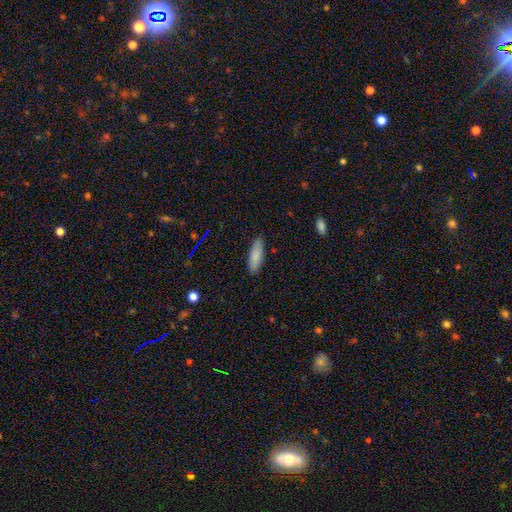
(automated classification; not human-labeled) Smooth or featured? Predicted: smooth (p=0.83). How rounded? Predicted: in between (p=0.58). Merging? Predicted: none (p=0.88).